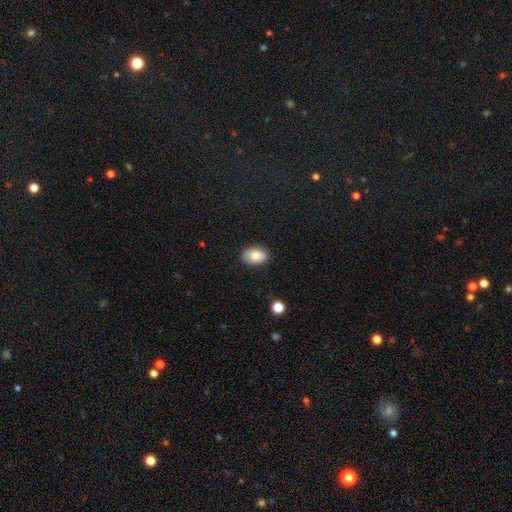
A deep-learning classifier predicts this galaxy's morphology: Smooth or featured?
  - smooth: 84% *
  - featured or disk: 8%
  - star or artifact: 8%
How rounded?
  - in between: 84% *
  - round: 15%
  - cigar-shaped: 1%
Merging?
  - none: 86% *
  - minor disturbance: 11%
  - major disturbance: 2%
  - merger: 1%